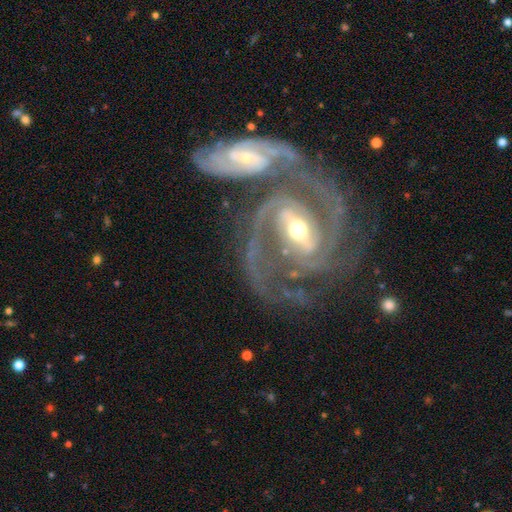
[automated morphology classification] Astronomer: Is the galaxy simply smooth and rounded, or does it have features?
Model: featured or disk — 93%.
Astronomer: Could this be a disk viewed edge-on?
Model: no — 97%.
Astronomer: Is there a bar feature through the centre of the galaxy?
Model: strong — 51% (runner-up: weak, 34%).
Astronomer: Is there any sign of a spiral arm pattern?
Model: yes — 98%.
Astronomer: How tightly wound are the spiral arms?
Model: medium — 48% (runner-up: tight, 44%).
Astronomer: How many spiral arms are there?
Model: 2 — 65%.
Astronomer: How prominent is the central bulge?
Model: moderate — 62%.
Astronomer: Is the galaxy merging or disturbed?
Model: merger — 54%.